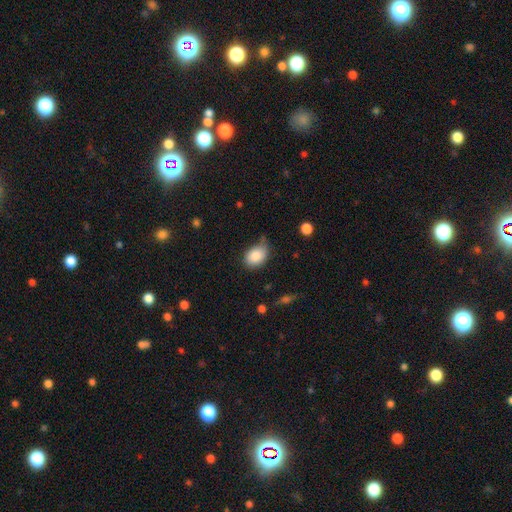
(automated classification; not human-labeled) Overall: smooth (85%). How rounded: in between (71%). Merging: none (56%; minor disturbance 33%).